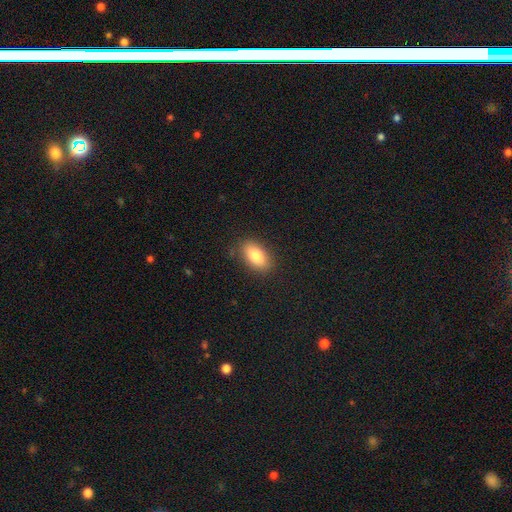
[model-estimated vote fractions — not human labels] Smooth or featured: smooth — 83% (featured or disk — 10%)
How rounded: in between — 90% (cigar-shaped — 5%)
Merging: none — 85% (minor disturbance — 11%)